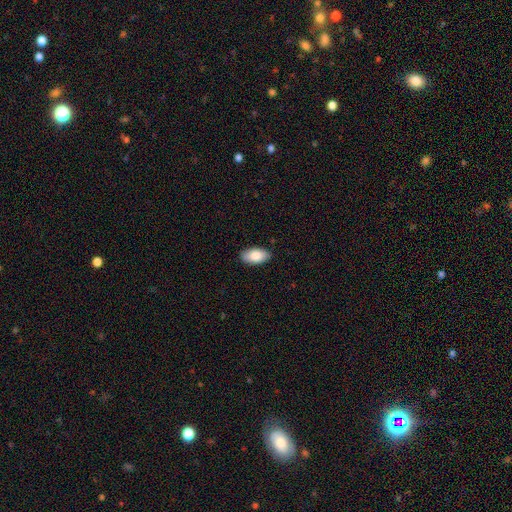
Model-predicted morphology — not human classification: Smooth or featured? smooth (87%)
How rounded? in between (95%)
Merging? none (87%)